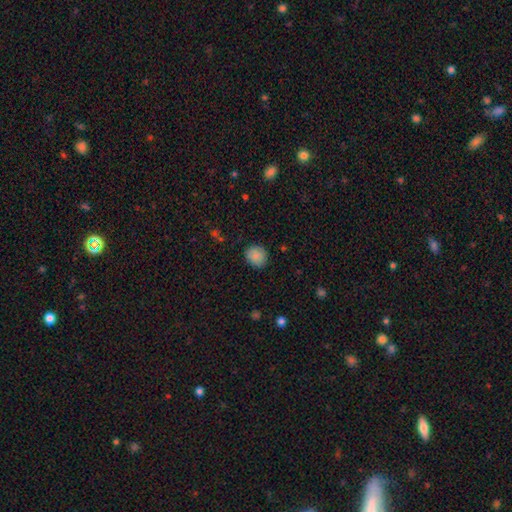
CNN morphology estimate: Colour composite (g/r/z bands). It shows a smooth galaxy with no disk features (85%) that is round (82%). Merging: none (86%).